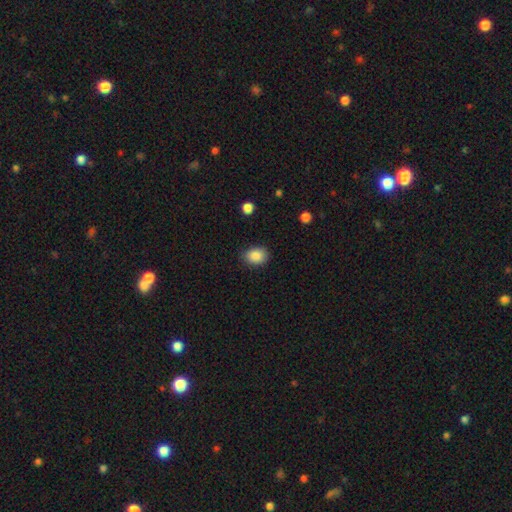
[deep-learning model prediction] The model was most divided on "how rounded": in between: 69%, round: 30%, cigar-shaped: 1%. More confident: smooth or featured — smooth (88%); merging — none (81%).